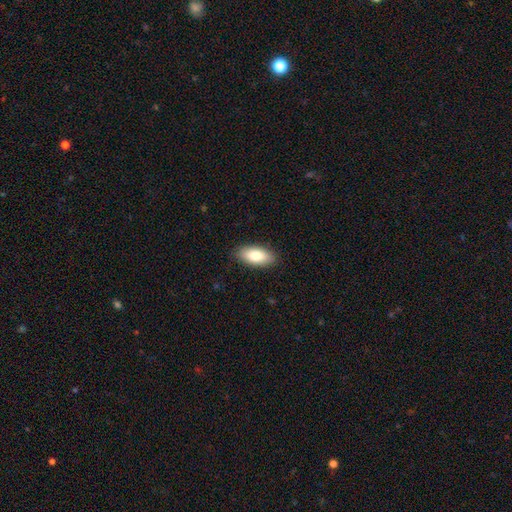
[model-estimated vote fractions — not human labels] A smooth galaxy with no disk features (81%) that is in between round and cigar-shaped (88%).

Vote fractions:
- Smooth or featured? smooth: 81% / featured or disk: 13% / star or artifact: 6%
- How rounded? in between: 88% / cigar-shaped: 10% / round: 2%
- Merging? none: 88% / minor disturbance: 9% / major disturbance: 2% / merger: 1%